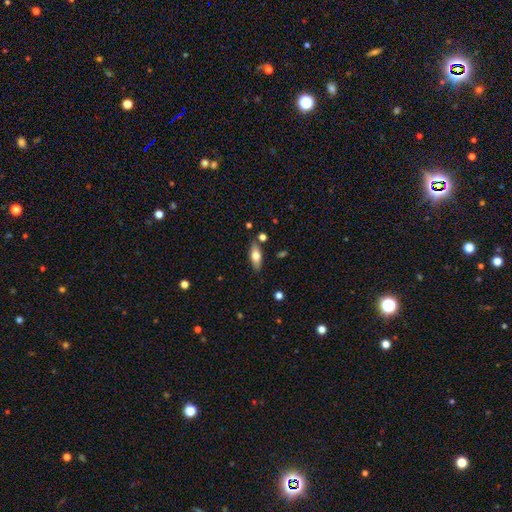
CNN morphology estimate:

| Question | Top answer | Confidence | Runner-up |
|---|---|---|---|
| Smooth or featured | smooth | 67% | featured or disk (27%) |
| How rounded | in between | 75% | cigar-shaped (22%) |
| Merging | none | 82% | minor disturbance (12%) |